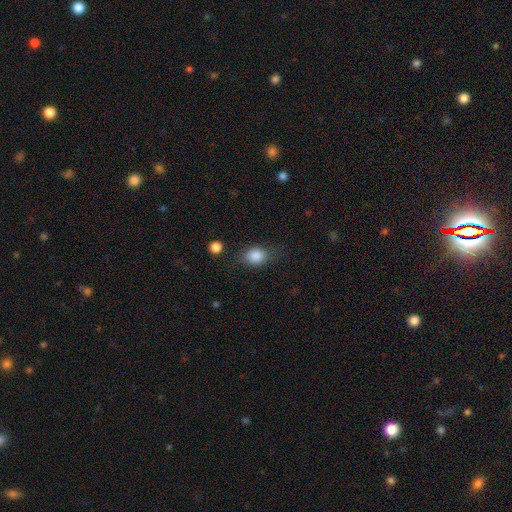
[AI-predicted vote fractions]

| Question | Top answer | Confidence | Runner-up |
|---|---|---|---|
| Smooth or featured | smooth | 85% | star or artifact (9%) |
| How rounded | in between | 54% | round (44%) |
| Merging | none | 68% | minor disturbance (21%) |